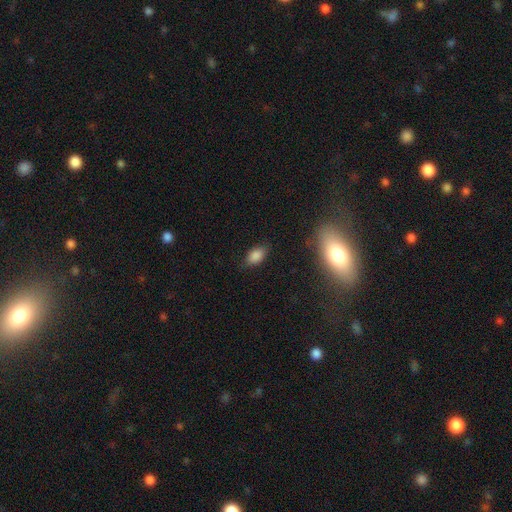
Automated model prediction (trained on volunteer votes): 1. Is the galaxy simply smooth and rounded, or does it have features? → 83% smooth, 11% star or artifact, 6% featured or disk.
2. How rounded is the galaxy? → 90% in between, 7% round, 3% cigar-shaped.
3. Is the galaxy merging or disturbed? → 80% none, 15% minor disturbance, 4% major disturbance, 1% merger.